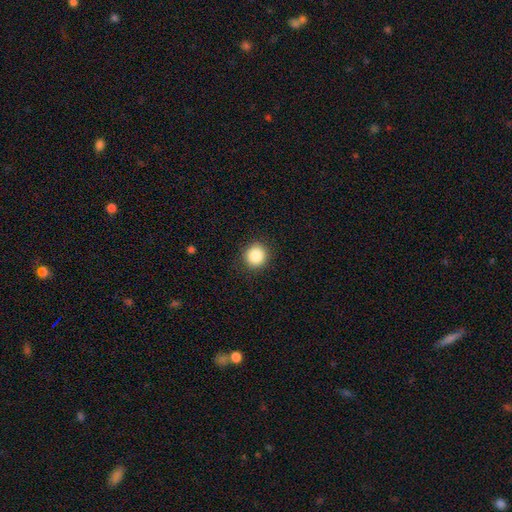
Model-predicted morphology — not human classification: Smooth or featured: smooth — 87% (star or artifact — 9%)
How rounded: round — 90% (in between — 9%)
Merging: none — 91% (minor disturbance — 6%)